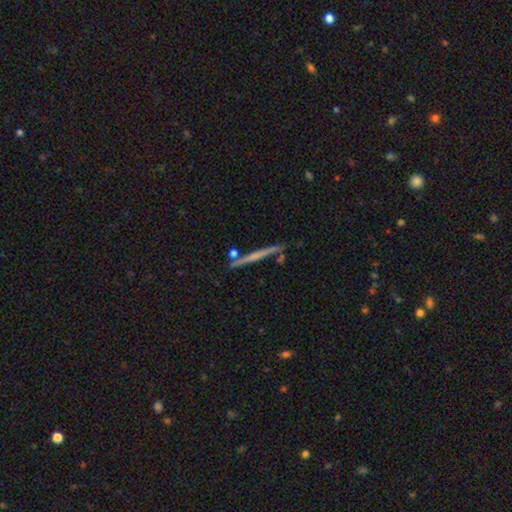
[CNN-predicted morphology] This is possibly a featured or disk galaxy (56%). It is clearly viewed edge-on (97%). Edge-on bulge: likely none (76%). Merging: clearly none (86%).